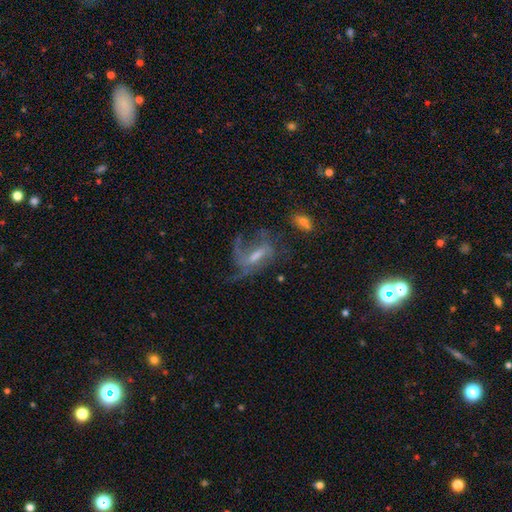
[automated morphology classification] smooth_or_featured: featured or disk (p=0.74) [alt: smooth p=0.14]
disk_edge_on: no (p=0.93) [alt: yes p=0.07]
bar: weak (p=0.47) [alt: no p=0.28]
has_spiral_arms: yes (p=0.83) [alt: no p=0.17]
spiral_winding: loose (p=0.42) [alt: medium p=0.41]
spiral_arm_count: can't tell (p=0.28) [alt: 2 p=0.27]
bulge_size: moderate (p=0.41) [alt: small p=0.37]
merging: major disturbance (p=0.39) [tied with: none p=0.39]